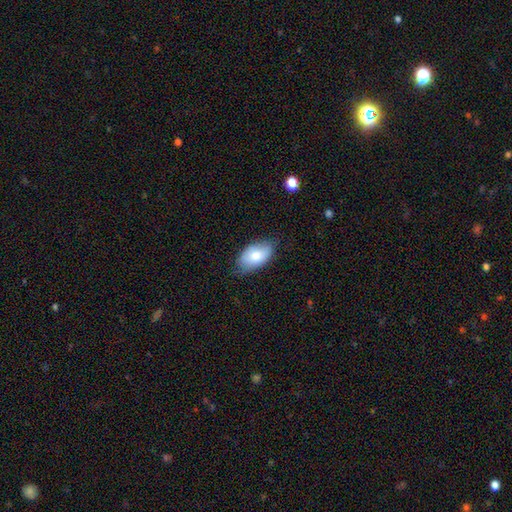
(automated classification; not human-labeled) Overall: smooth (75%). How rounded: in between (93%). Merging: none (72%).